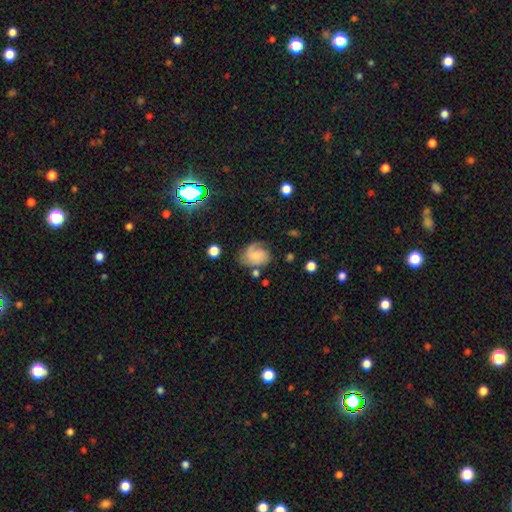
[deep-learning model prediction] A featured or disk galaxy (48%). Merging: none (51%).